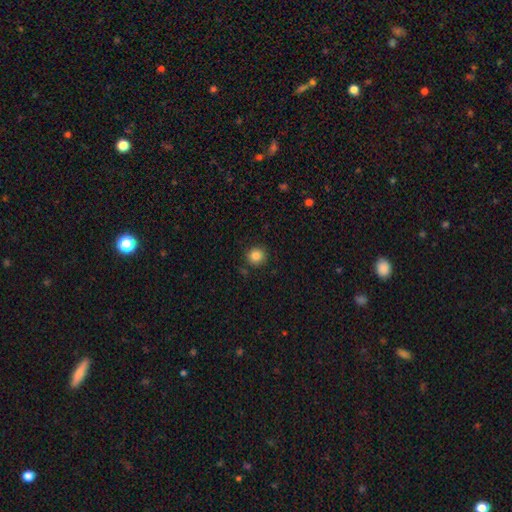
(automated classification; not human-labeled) smooth 85%, star or artifact 11%, featured or disk 5%. Down the decision tree: how rounded — round (93%); merging — none (88%).